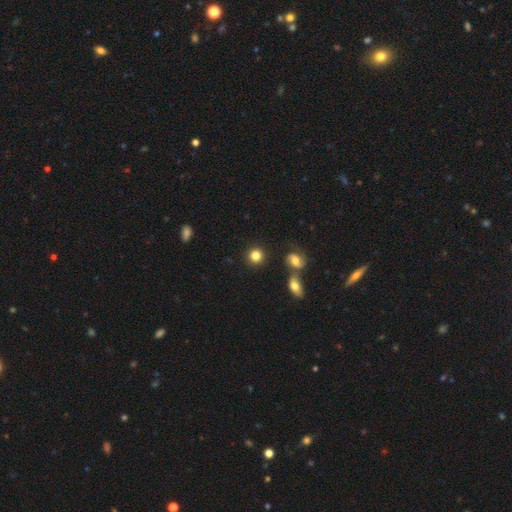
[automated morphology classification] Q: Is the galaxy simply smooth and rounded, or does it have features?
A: smooth — 83%.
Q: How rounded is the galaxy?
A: round — 89%.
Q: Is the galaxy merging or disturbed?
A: none — 83%.